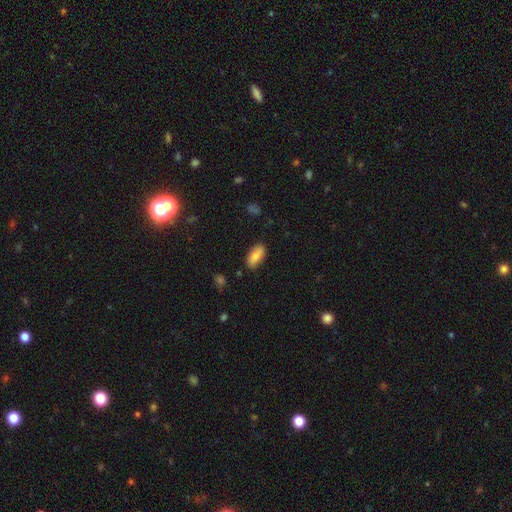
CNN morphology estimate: The model was most divided on "smooth or featured": smooth: 80%, featured or disk: 14%, star or artifact: 7%. More confident: how rounded — in between (85%); merging — none (83%).